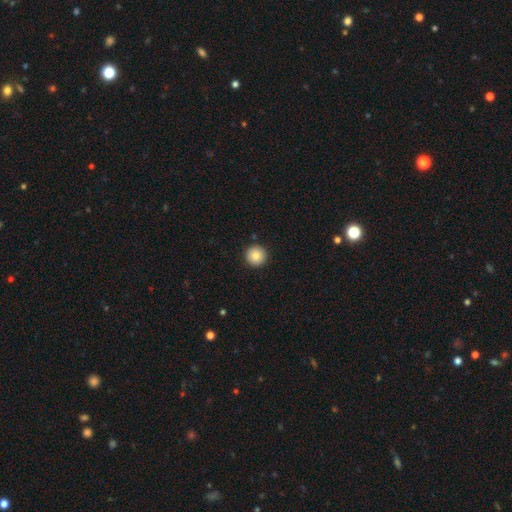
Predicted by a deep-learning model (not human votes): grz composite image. It shows a smooth galaxy with no disk features (85%) that is round (97%). Merging: none (93%).